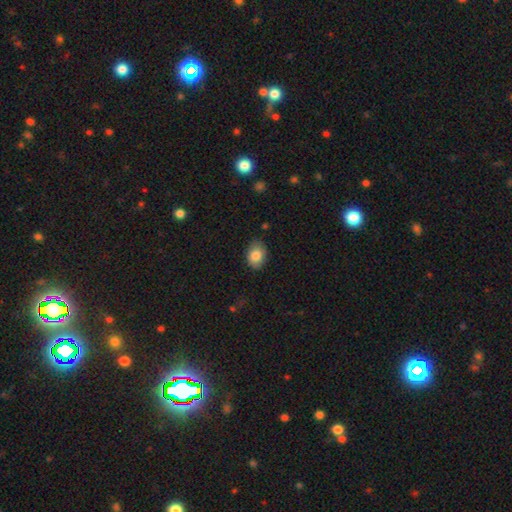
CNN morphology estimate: A smooth galaxy with no disk features (82%) that is in between round and cigar-shaped (73%).

Vote fractions:
- Smooth or featured? smooth: 82% / featured or disk: 10% / star or artifact: 8%
- How rounded? in between: 73% / round: 26% / cigar-shaped: 1%
- Merging? none: 80% / minor disturbance: 16% / major disturbance: 3% / merger: 1%